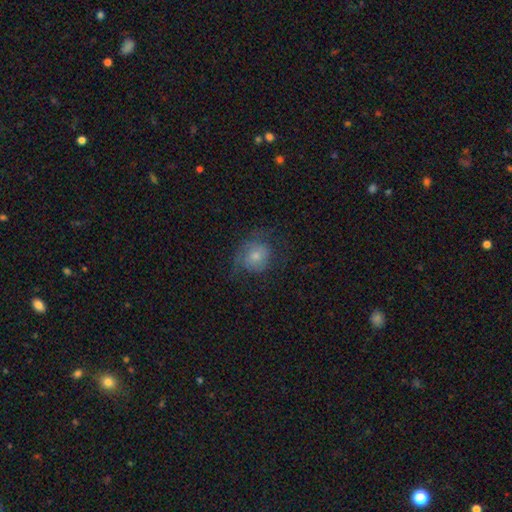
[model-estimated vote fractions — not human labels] smooth-or-featured: smooth: 48% | featured or disk: 39% | star or artifact: 13%
  merging: none: 61% | minor disturbance: 21% | major disturbance: 17% | merger: 1%